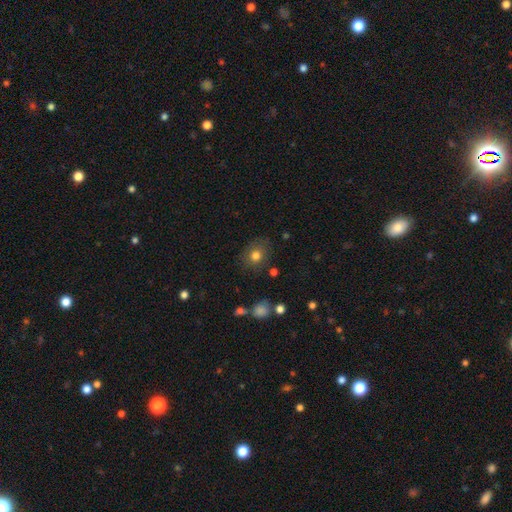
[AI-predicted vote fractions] Morphology: type=smooth (77%); roundness=round (65%); merging=none (79%).